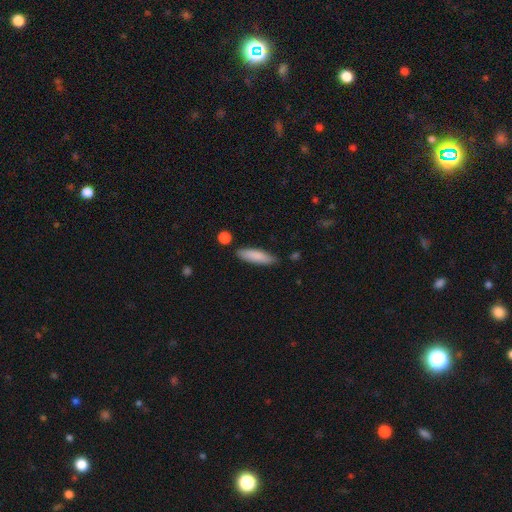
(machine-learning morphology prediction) Q: Smooth or featured?
A: smooth (85%); runner-up: featured or disk (9%)
Q: How rounded?
A: cigar-shaped (58%); runner-up: in between (40%)
Q: Merging?
A: none (82%); runner-up: minor disturbance (13%)